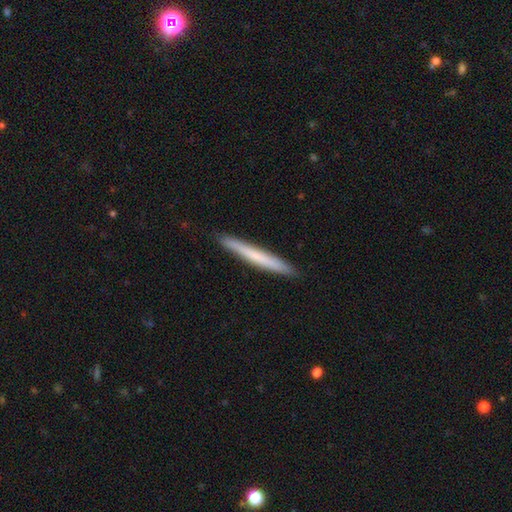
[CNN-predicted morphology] Smooth or featured: smooth — 62% (featured or disk — 33%)
How rounded: cigar-shaped — 97% (in between — 2%)
Merging: none — 91% (minor disturbance — 7%)